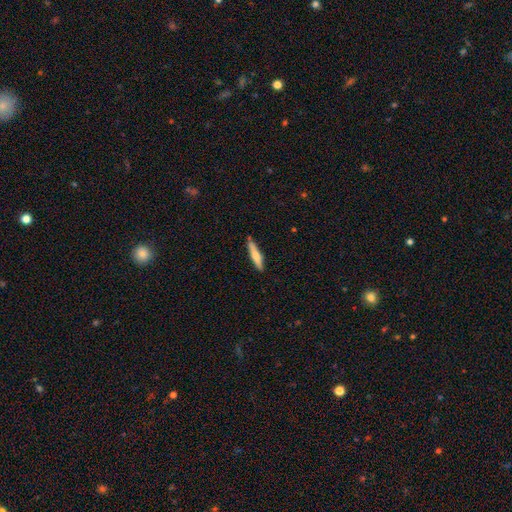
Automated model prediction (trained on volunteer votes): smooth 62%, featured or disk 33%, star or artifact 5%. Down the decision tree: how rounded — cigar-shaped (89%); merging — none (84%).